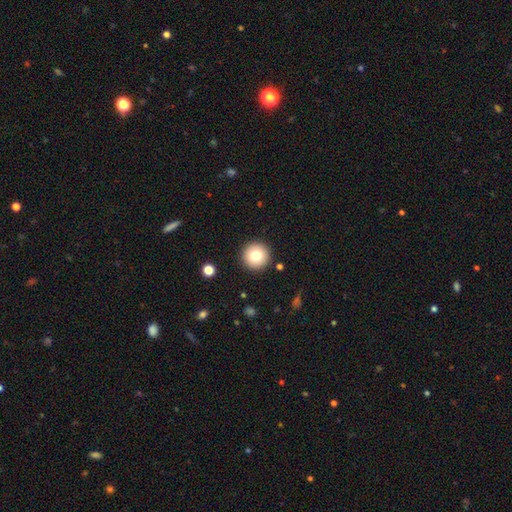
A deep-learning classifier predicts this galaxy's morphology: A smooth galaxy with no disk features (77%) that is round (96%).

Vote fractions:
- Smooth or featured? smooth: 77% / featured or disk: 13% / star or artifact: 10%
- How rounded? round: 96% / in between: 3% / cigar-shaped: 1%
- Merging? none: 92% / minor disturbance: 5% / major disturbance: 2% / merger: 1%